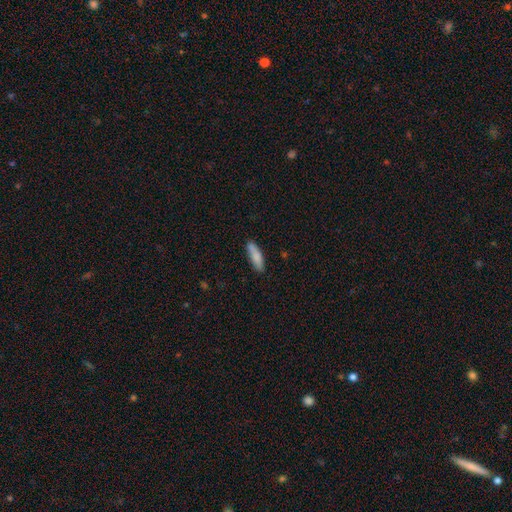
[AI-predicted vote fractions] smooth-or-featured: smooth: 83% | featured or disk: 10% | star or artifact: 6%
  how-rounded: cigar-shaped: 61% | in between: 38% | round: 2%
  merging: none: 78% | minor disturbance: 16% | merger: 3% | major disturbance: 3%